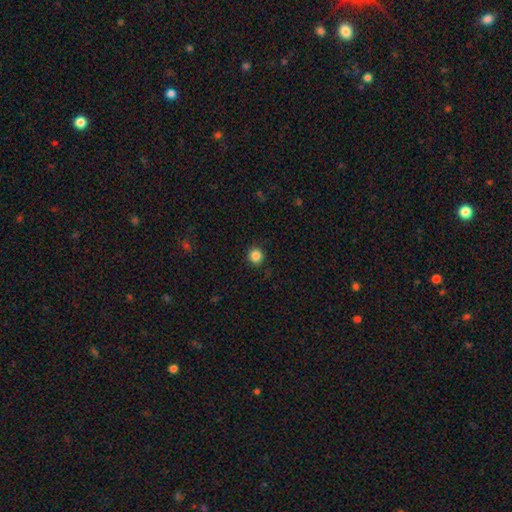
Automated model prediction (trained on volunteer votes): Smooth or featured? Predicted: smooth (p=0.85). How rounded? Predicted: round (p=0.93). Merging? Predicted: none (p=0.91).